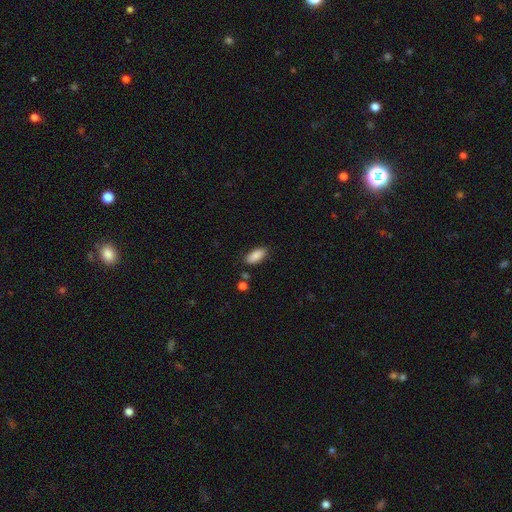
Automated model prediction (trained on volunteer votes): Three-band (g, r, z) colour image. It shows a smooth galaxy with no disk features (87%) that is in between round and cigar-shaped (87%). Merging: none (84%).